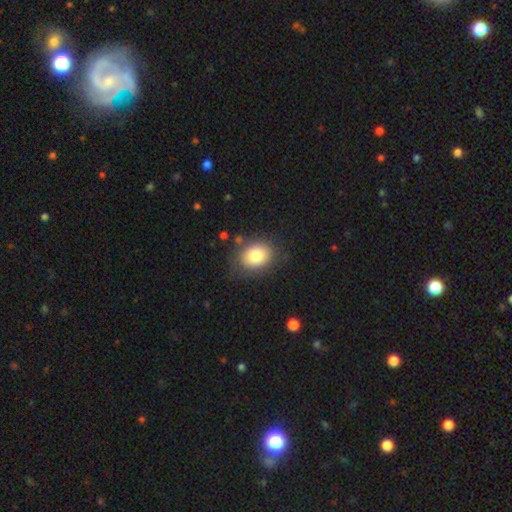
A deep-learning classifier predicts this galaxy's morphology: Smooth or featured?
  - smooth: 81% *
  - featured or disk: 11%
  - star or artifact: 8%
How rounded?
  - in between: 55% *
  - round: 44%
  - cigar-shaped: 1%
Merging?
  - none: 77% *
  - minor disturbance: 15%
  - major disturbance: 6%
  - merger: 2%